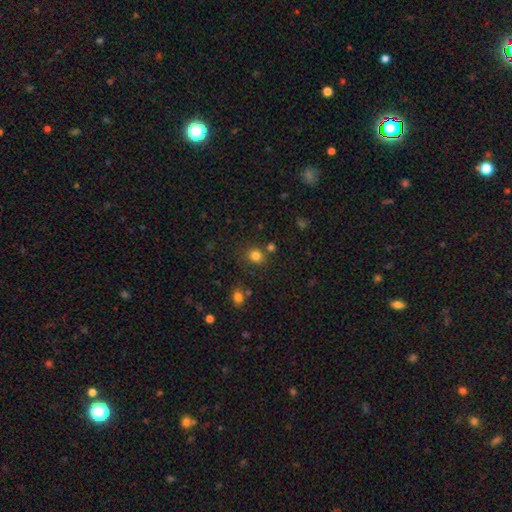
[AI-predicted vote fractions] This is clearly a smooth galaxy (80%). How rounded: likely round (77%). Merging: likely none (74%).